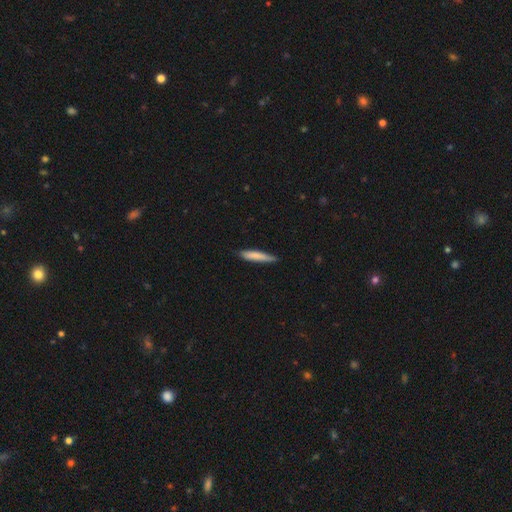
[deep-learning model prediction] smooth-or-featured: smooth: 79% | featured or disk: 16% | star or artifact: 5%
  how-rounded: cigar-shaped: 91% | in between: 8% | round: 1%
  merging: none: 79% | minor disturbance: 17% | major disturbance: 2% | merger: 1%